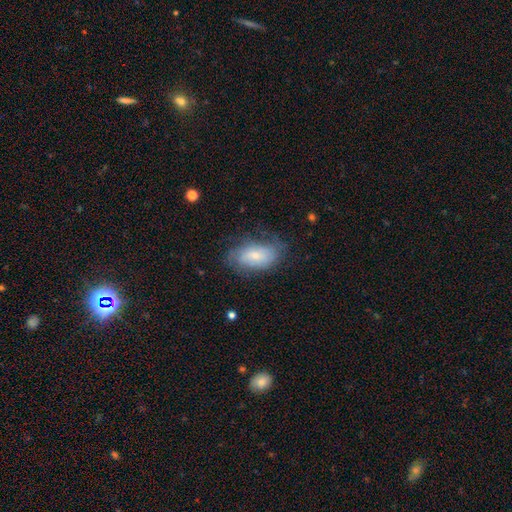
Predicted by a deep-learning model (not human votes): Smooth or featured: smooth — 60% (featured or disk — 33%)
How rounded: in between — 92% (round — 5%)
Merging: none — 61% (minor disturbance — 26%)